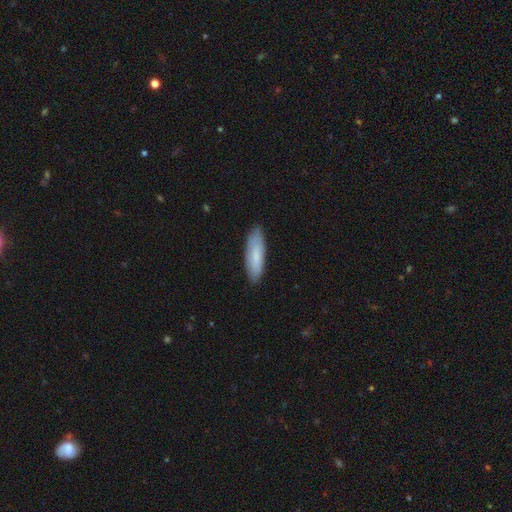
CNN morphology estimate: Smooth or featured? smooth (79%)
How rounded? cigar-shaped (54%)
Merging? none (84%)